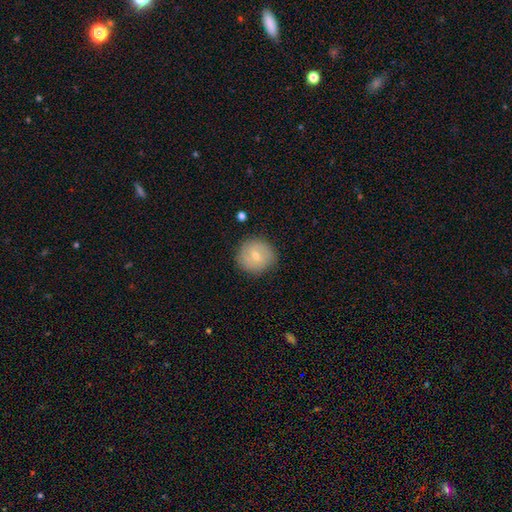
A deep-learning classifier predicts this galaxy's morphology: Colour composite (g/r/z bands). It shows a smooth galaxy with no disk features (65%) that is round (92%). Merging: none (85%).